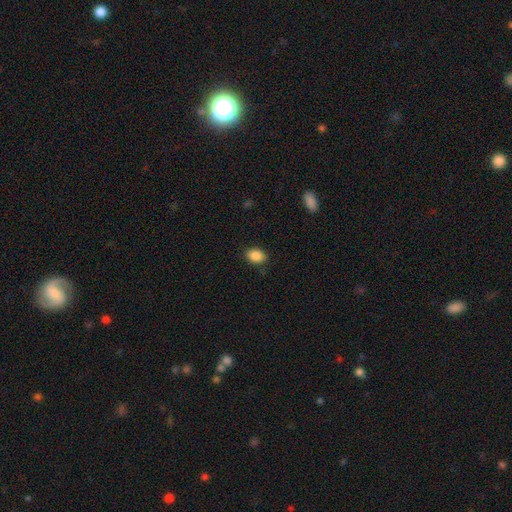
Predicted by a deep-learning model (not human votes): Smooth or featured? Predicted: smooth (p=0.88). How rounded? Predicted: in between (p=0.71). Merging? Predicted: none (p=0.87).